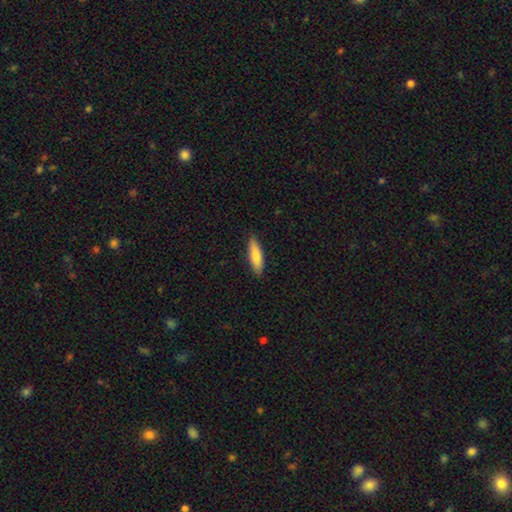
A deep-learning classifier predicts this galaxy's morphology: A smooth galaxy with no disk features (78%) that is cigar-shaped (59%). Merging: none (88%).